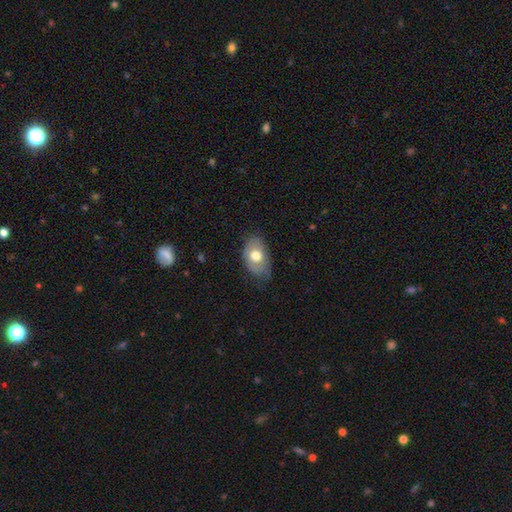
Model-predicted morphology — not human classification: type=smooth (68%); roundness=in between (86%); merging=none (59%).